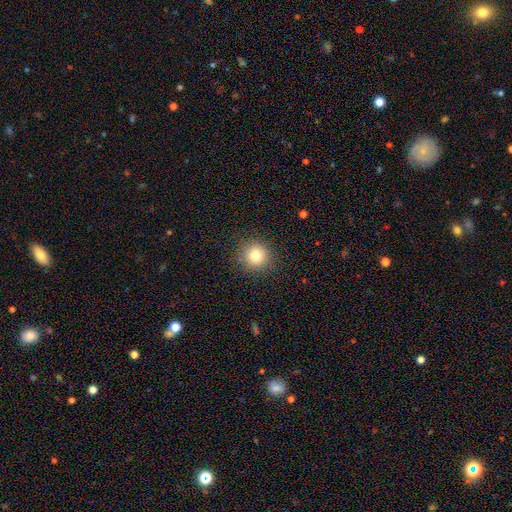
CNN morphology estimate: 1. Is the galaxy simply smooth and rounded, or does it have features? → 79% smooth, 13% star or artifact, 8% featured or disk.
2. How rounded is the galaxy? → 91% round, 8% in between, 1% cigar-shaped.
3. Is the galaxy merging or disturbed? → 89% none, 7% minor disturbance, 3% major disturbance, 1% merger.